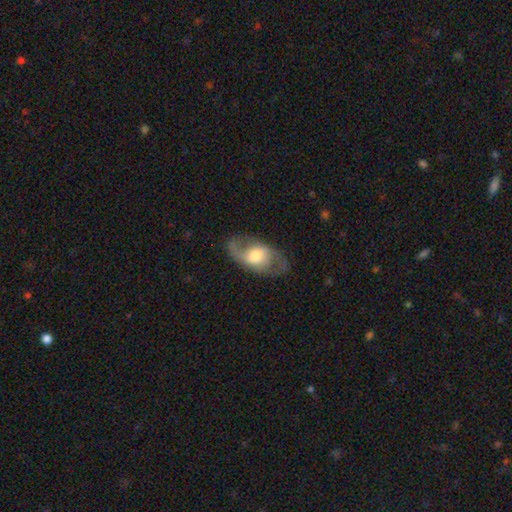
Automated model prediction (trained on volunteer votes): Overall: featured or disk (68%). Edge-on disk: no (93%). Bar: no (56%; weak 34%). Spiral arms: yes (81%). Spiral arm count: 2 (85%). Spiral winding: loose (44%; medium 43%). Bulge size: moderate (60%; large 21%). Merging: none (75%).